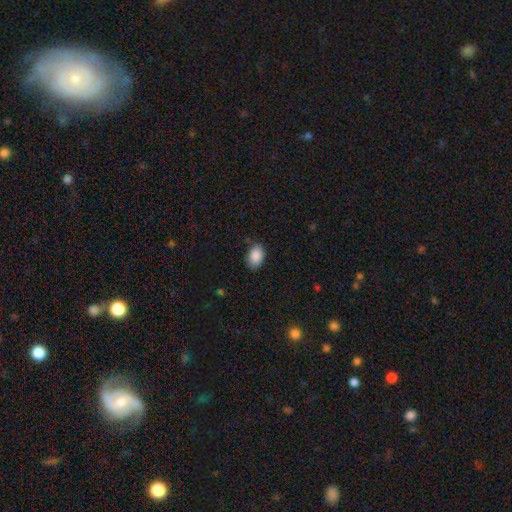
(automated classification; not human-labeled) Smooth or featured? Predicted: smooth (p=0.89). How rounded? Predicted: in between (p=0.85). Merging? Predicted: none (p=0.78).